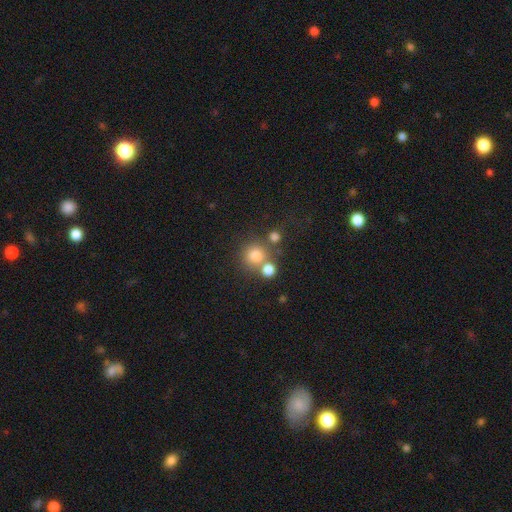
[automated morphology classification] This is likely a smooth galaxy (78%). How rounded: clearly round (90%). Merging: likely none (62%).